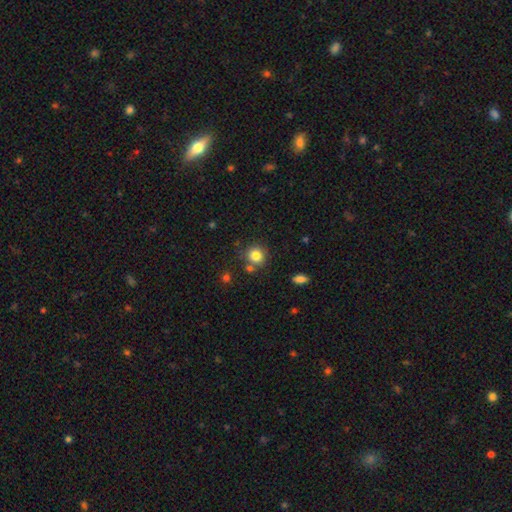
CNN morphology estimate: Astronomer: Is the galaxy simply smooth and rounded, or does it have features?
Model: smooth — 82%.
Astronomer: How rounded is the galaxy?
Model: round — 88%.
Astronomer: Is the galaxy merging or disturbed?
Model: none — 76%.